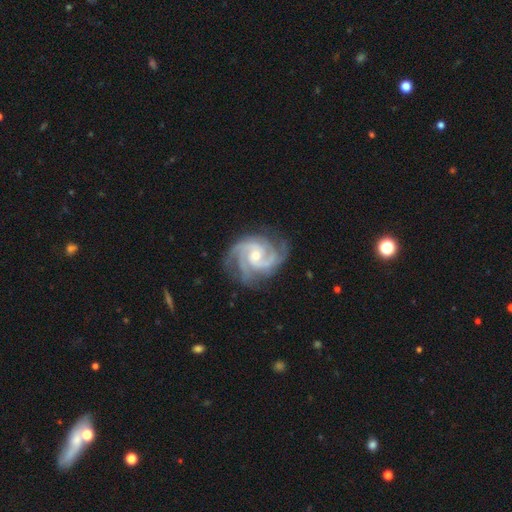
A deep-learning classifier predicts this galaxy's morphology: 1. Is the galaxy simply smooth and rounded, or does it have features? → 93% featured or disk, 4% star or artifact, 3% smooth.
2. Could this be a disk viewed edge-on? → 98% no, 2% yes.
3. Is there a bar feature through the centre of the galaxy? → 62% no, 30% weak, 8% strong.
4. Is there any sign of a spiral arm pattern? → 99% yes, 1% no.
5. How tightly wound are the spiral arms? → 53% tight, 42% medium, 5% loose.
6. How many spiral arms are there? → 46% 3, 24% 2, 11% 4, 8% can't tell, 5% more than 4, 5% 1.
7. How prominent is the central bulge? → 54% small, 43% moderate, 1% large, 1% none, 1% dominant.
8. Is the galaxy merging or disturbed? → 76% none, 17% minor disturbance, 6% major disturbance, 1% merger.